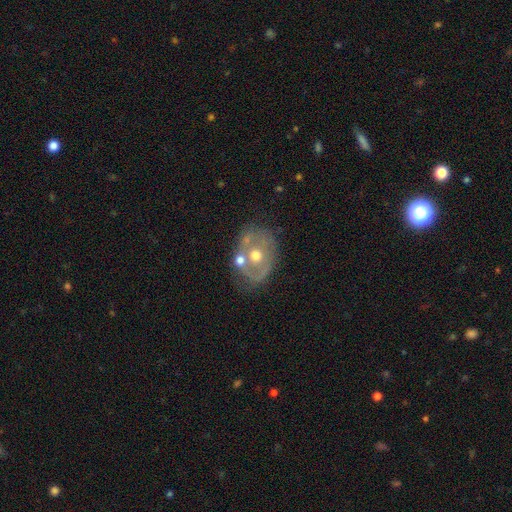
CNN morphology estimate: Smooth or featured: featured or disk — 62% (smooth — 30%)
Edge-on disk: no — 95% (yes — 5%)
Bar: no — 86% (weak — 10%)
Spiral arms: no — 77% (yes — 23%)
Bulge size: moderate — 79% (small — 11%)
Merging: none — 57% (minor disturbance — 18%)